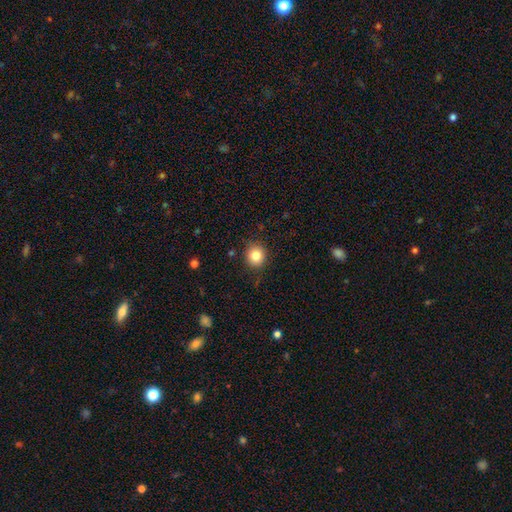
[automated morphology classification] Smooth or featured?
  - smooth: 85% *
  - star or artifact: 10%
  - featured or disk: 5%
How rounded?
  - round: 87% *
  - in between: 12%
  - cigar-shaped: 1%
Merging?
  - none: 86% *
  - minor disturbance: 10%
  - major disturbance: 3%
  - merger: 1%